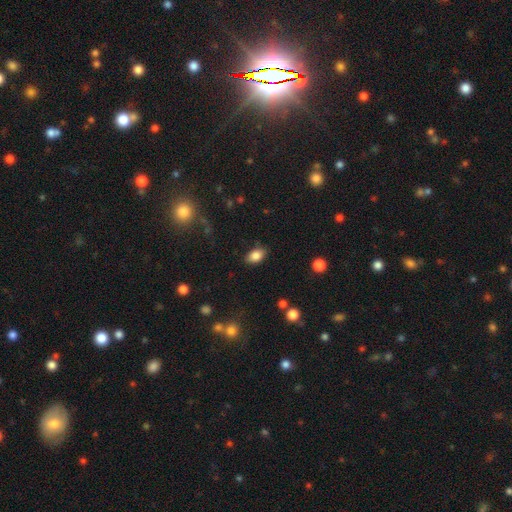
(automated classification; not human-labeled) This appears to be a smooth galaxy with no disk features (84%) that is in between round and cigar-shaped (88%). Merging: none (82%).